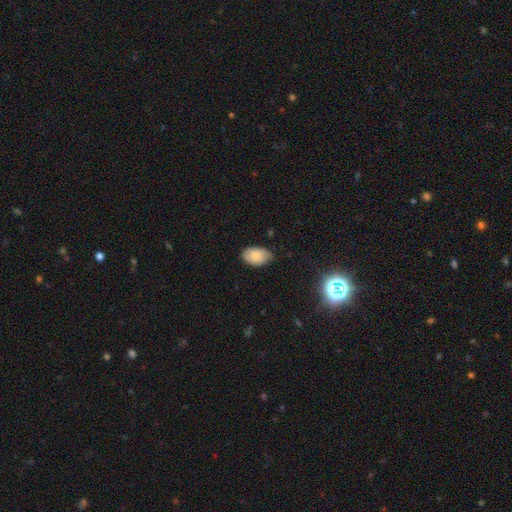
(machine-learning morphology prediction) Overall: smooth (78%). How rounded: in between (90%). Merging: none (65%; minor disturbance 29%).